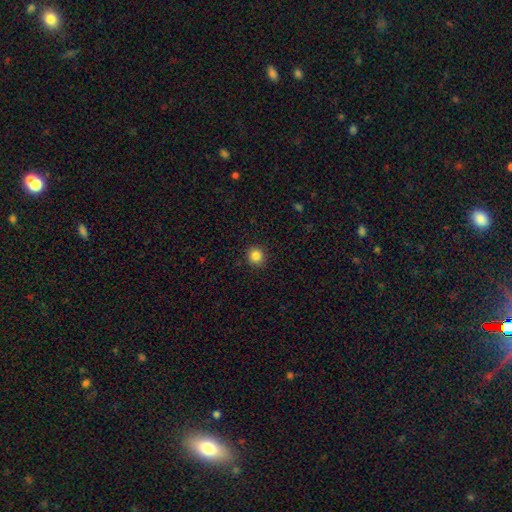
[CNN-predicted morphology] Smooth or featured: smooth — 85% (star or artifact — 11%)
How rounded: round — 91% (in between — 8%)
Merging: none — 91% (minor disturbance — 6%)